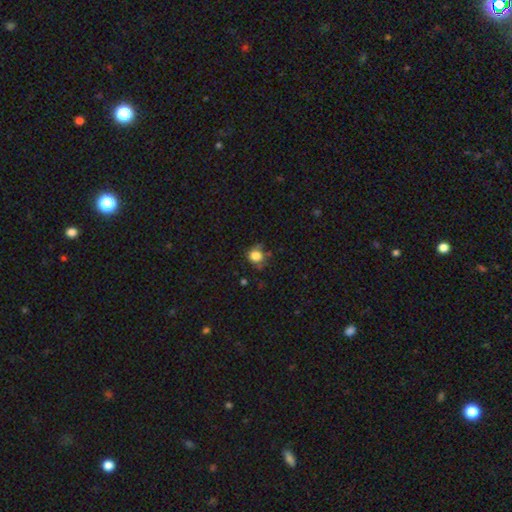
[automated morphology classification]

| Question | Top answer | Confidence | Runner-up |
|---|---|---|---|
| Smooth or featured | smooth | 81% | star or artifact (11%) |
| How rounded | round | 80% | in between (19%) |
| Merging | none | 62% | minor disturbance (26%) |